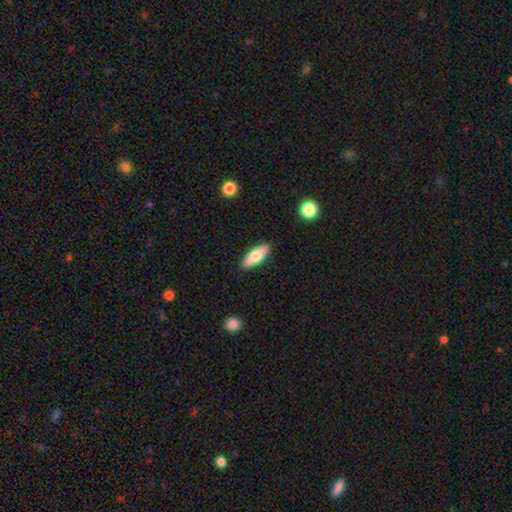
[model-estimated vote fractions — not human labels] A smooth galaxy with no disk features (64%) that is in between round and cigar-shaped (62%). Merging: none (89%).